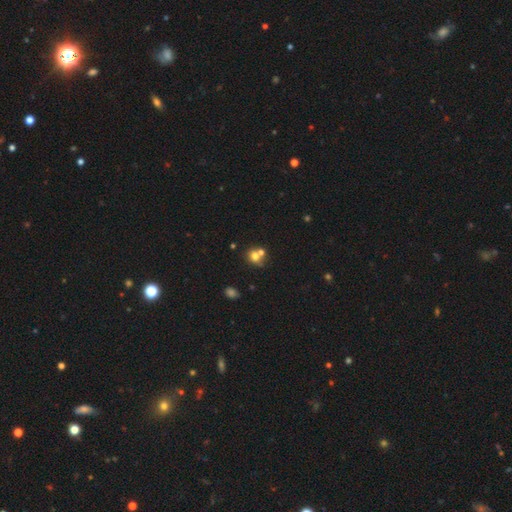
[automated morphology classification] smooth_or_featured: smooth (p=0.69) [alt: featured or disk p=0.16]
how_rounded: round (p=0.72) [alt: in between p=0.27]
merging: merger (p=0.46) [alt: none p=0.40]